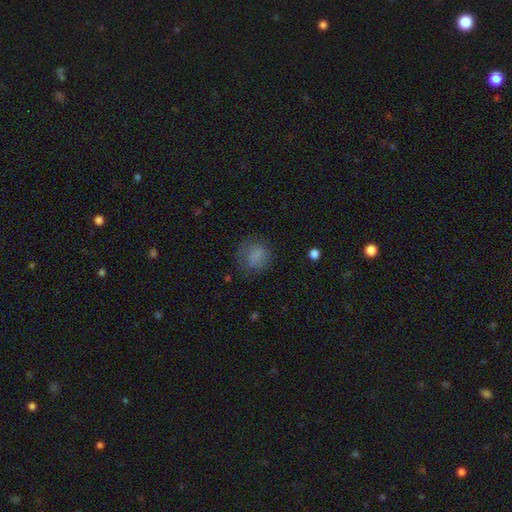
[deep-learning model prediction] smooth 75%, star or artifact 12%, featured or disk 12%. Down the decision tree: how rounded — round (76%); merging — none (67%).